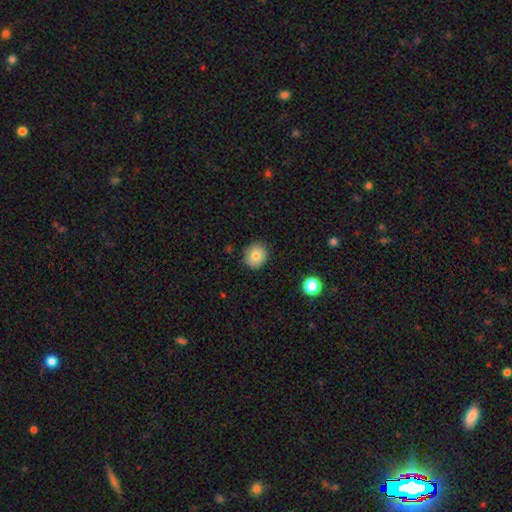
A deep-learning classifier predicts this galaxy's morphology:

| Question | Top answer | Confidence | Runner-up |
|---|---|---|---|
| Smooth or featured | smooth | 81% | star or artifact (10%) |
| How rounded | round | 86% | in between (13%) |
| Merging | none | 89% | minor disturbance (8%) |